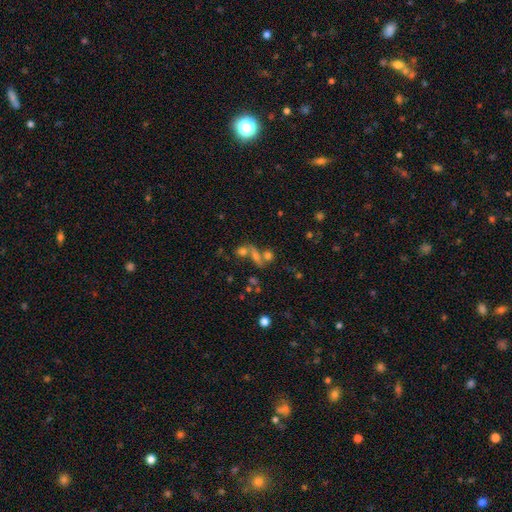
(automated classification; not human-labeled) Smooth or featured? Predicted: smooth (p=0.46). Merging? Predicted: merger (p=0.50).